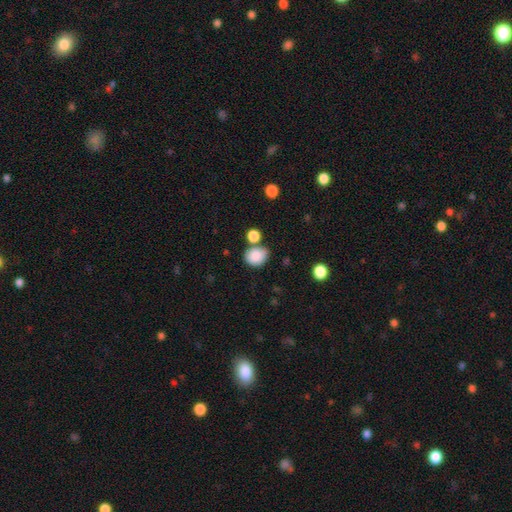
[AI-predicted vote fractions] Smooth or featured? Predicted: smooth (p=0.86). How rounded? Predicted: round (p=0.59). Merging? Predicted: none (p=0.59).